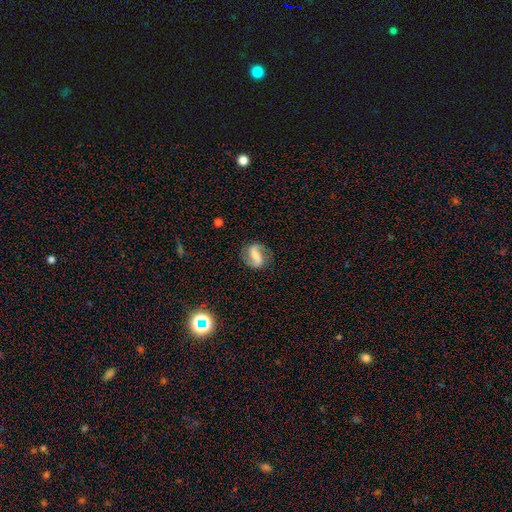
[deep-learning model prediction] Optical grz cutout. It shows a featured or disk galaxy (74%) with a strong bar (55%), 2 (90%) loose (45%) spiral arms (91%) and no central bulge (36%). Merging: none (78%).